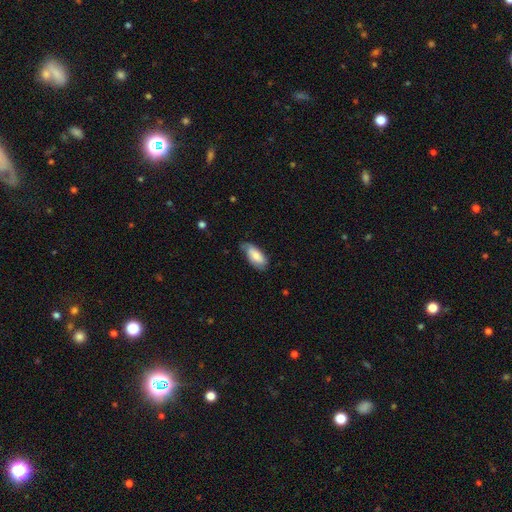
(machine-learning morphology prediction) Smooth or featured: smooth — 69% (featured or disk — 24%)
How rounded: in between — 87% (cigar-shaped — 11%)
Merging: none — 60% (minor disturbance — 31%)